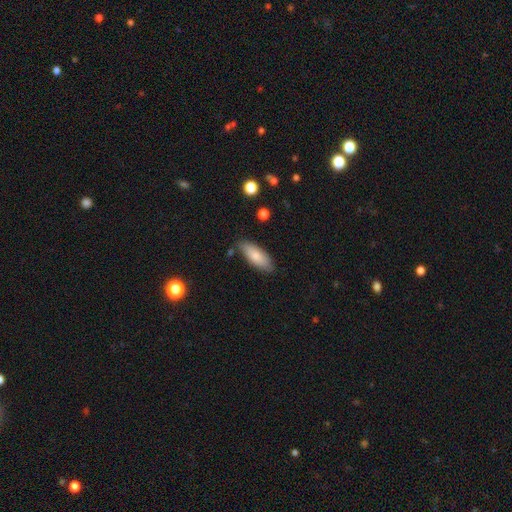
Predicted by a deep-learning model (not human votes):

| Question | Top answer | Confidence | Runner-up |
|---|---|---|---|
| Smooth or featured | smooth | 79% | featured or disk (15%) |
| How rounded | in between | 74% | cigar-shaped (24%) |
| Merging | none | 79% | minor disturbance (16%) |